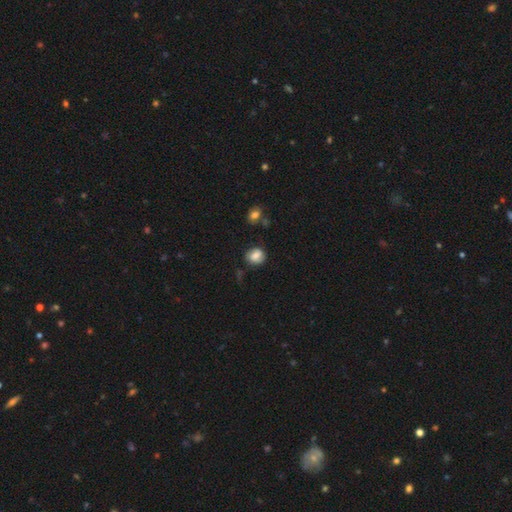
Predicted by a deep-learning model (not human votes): Morphology: type=smooth (67%); roundness=round (65%); merging=none (70%).